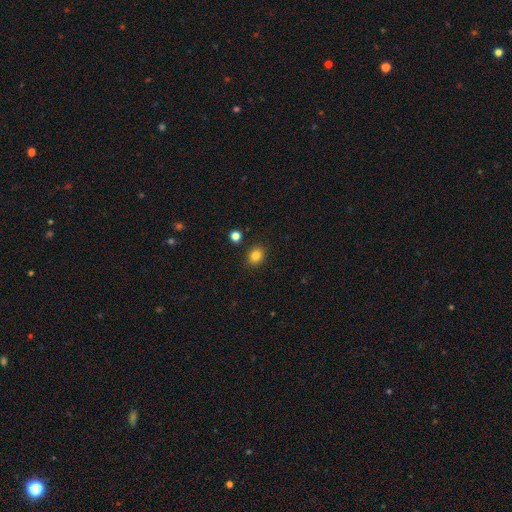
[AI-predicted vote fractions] Smooth or featured?
  - smooth: 83% *
  - star or artifact: 12%
  - featured or disk: 5%
How rounded?
  - round: 61% *
  - in between: 38%
  - cigar-shaped: 1%
Merging?
  - none: 87% *
  - minor disturbance: 8%
  - merger: 3%
  - major disturbance: 2%